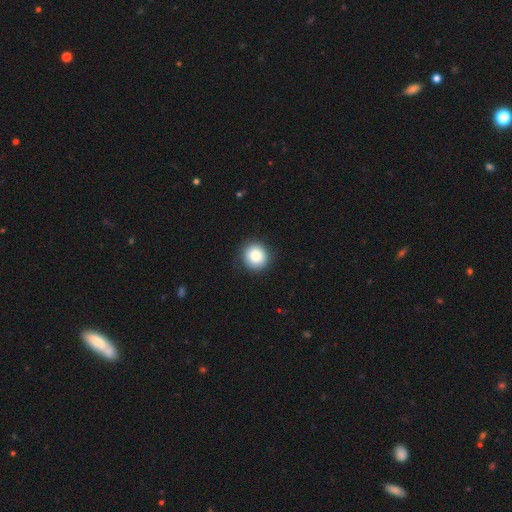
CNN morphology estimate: A smooth galaxy with no disk features (85%) that is round (89%).

Vote fractions:
- Smooth or featured? smooth: 85% / star or artifact: 9% / featured or disk: 6%
- How rounded? round: 89% / in between: 10% / cigar-shaped: 1%
- Merging? none: 89% / minor disturbance: 7% / major disturbance: 2% / merger: 1%